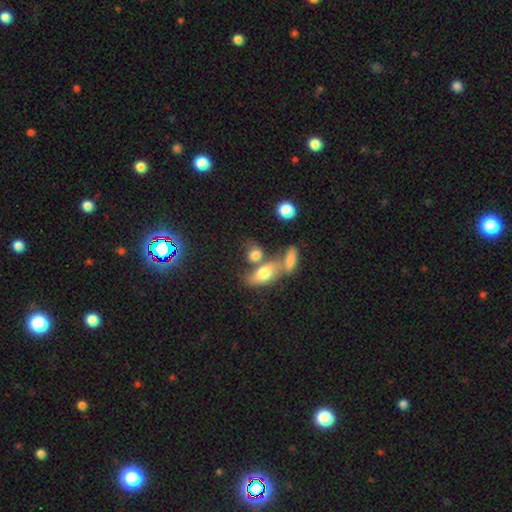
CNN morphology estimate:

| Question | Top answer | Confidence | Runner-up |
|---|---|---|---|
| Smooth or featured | smooth | 67% | featured or disk (18%) |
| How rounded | in between | 72% | round (20%) |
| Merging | merger | 46% | none (35%) |